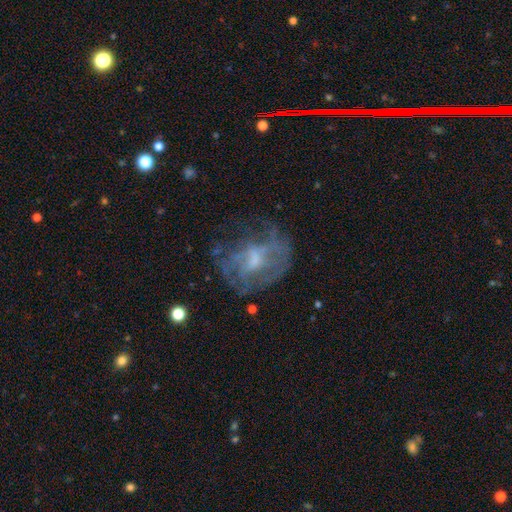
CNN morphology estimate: type=featured or disk (63%); edge-on=no (95%); bar=no (49%); spiral arms=yes (58%); bulge=moderate (41%); merging=none (57%).